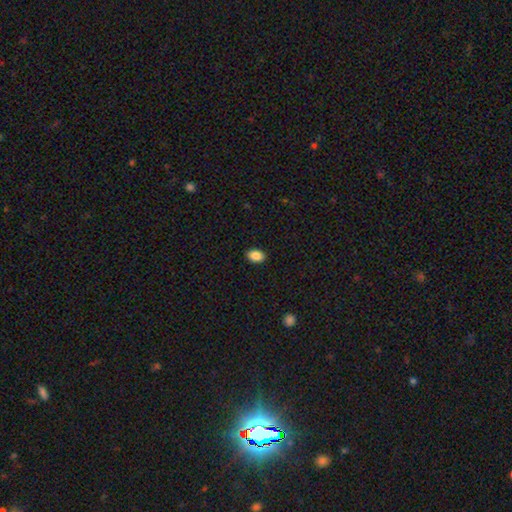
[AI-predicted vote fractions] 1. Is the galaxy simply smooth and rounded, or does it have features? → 88% smooth, 8% star or artifact, 4% featured or disk.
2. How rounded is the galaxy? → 86% in between, 12% round, 1% cigar-shaped.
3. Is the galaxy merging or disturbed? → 90% none, 8% minor disturbance, 2% major disturbance, 1% merger.